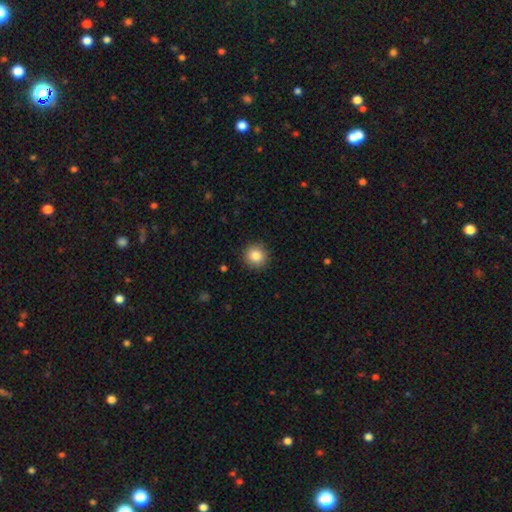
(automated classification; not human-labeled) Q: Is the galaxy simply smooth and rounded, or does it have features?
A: smooth — 85%.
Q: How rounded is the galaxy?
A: round — 93%.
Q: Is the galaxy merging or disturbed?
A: none — 91%.